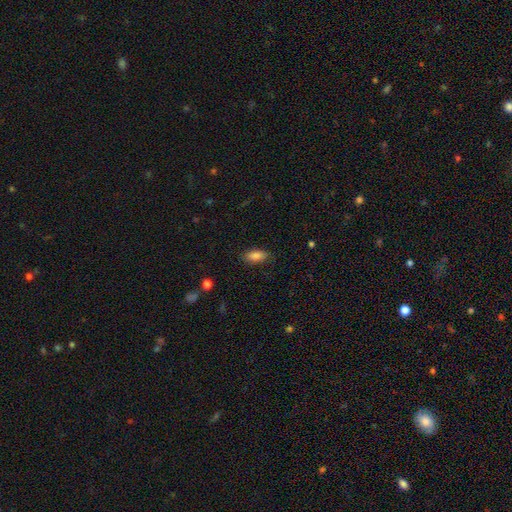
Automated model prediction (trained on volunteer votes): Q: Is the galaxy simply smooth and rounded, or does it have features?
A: smooth — 86%.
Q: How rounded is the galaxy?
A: in between — 87%.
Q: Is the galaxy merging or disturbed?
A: none — 84%.